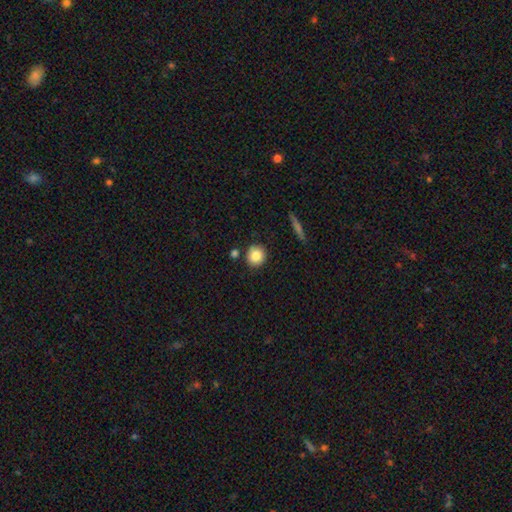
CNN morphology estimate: type=smooth (85%); roundness=round (89%); merging=none (84%).